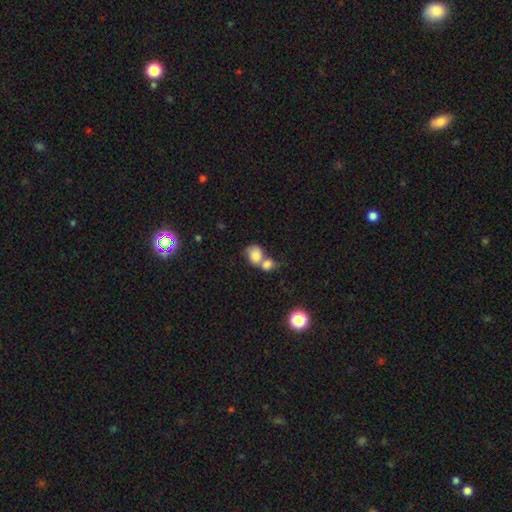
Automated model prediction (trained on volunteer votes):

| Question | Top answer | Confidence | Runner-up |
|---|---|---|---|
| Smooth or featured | smooth | 81% | featured or disk (11%) |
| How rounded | round | 53% | in between (45%) |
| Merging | merger | 67% | none (21%) |